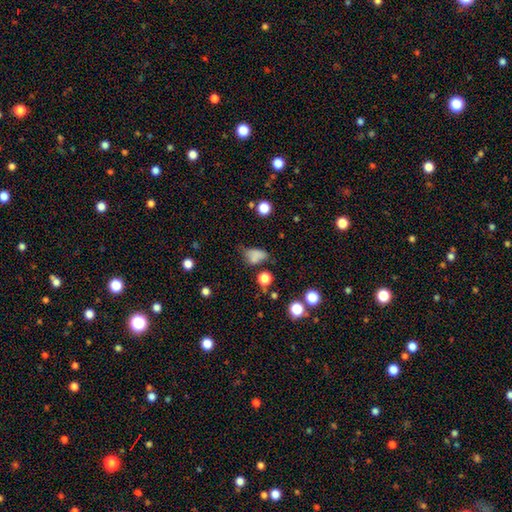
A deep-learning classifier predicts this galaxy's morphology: Q: Smooth or featured?
A: smooth (73%); runner-up: star or artifact (16%)
Q: How rounded?
A: in between (78%); runner-up: round (18%)
Q: Merging?
A: none (42%); runner-up: minor disturbance (31%)